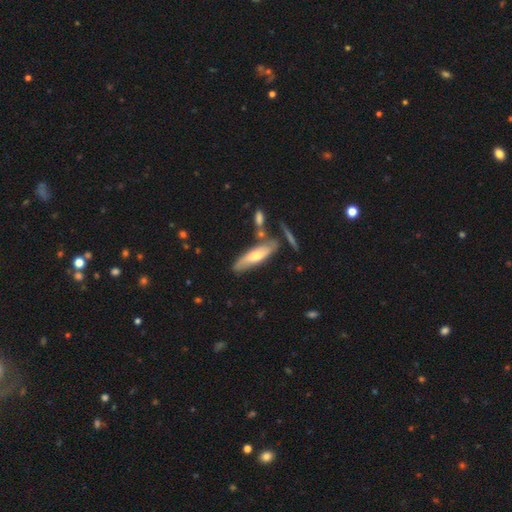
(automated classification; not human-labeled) smooth-or-featured: smooth: 48% | featured or disk: 47% | star or artifact: 6%
  merging: none: 63% | minor disturbance: 19% | merger: 12% | major disturbance: 6%